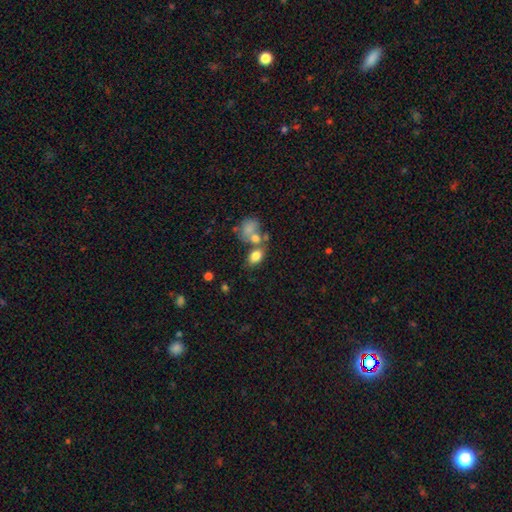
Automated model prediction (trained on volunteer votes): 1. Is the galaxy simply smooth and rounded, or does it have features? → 79% smooth, 11% featured or disk, 10% star or artifact.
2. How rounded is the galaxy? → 79% in between, 19% round, 2% cigar-shaped.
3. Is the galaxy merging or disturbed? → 48% none, 34% merger, 13% minor disturbance, 6% major disturbance.